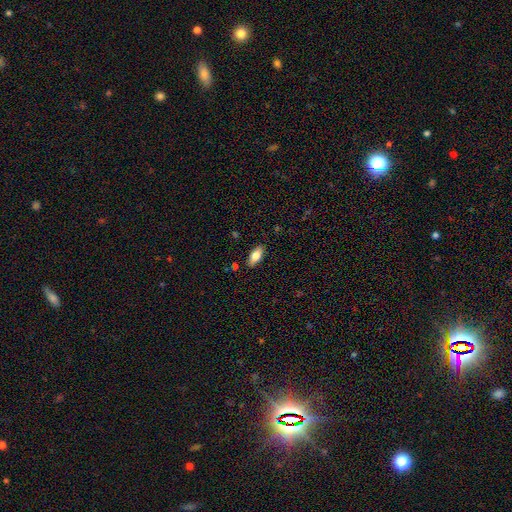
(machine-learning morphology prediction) Overall: smooth (77%). How rounded: in between (87%). Merging: none (87%).